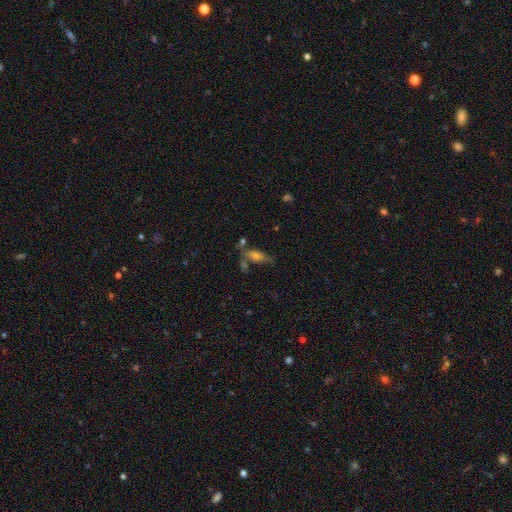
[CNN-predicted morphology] smooth 58%, featured or disk 28%, star or artifact 13%. Down the decision tree: how rounded — in between (70%); merging — none (48%).